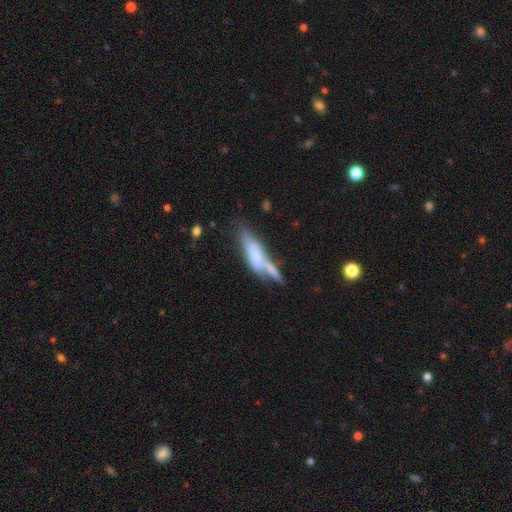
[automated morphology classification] This appears to be a smooth galaxy with no disk features (58%) that is cigar-shaped (60%). Merging: merger (42%).